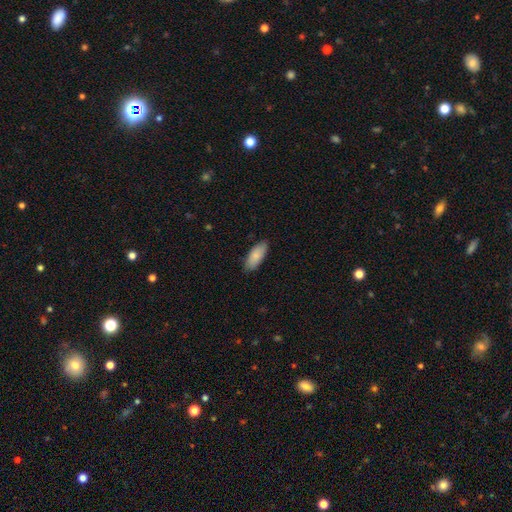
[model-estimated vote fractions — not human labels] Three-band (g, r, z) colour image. It shows a smooth galaxy with no disk features (86%) that is in between round and cigar-shaped (82%). Merging: none (83%).